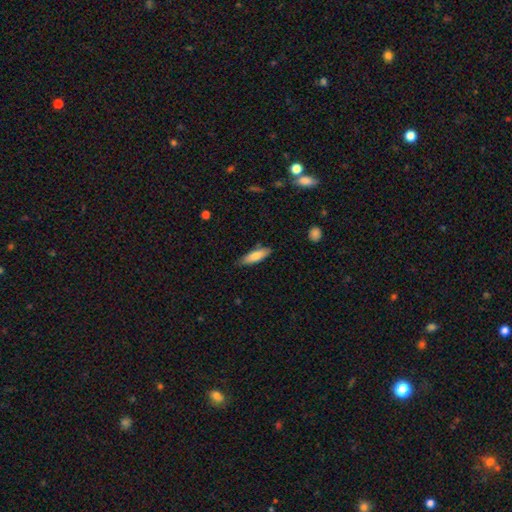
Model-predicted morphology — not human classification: This is likely a smooth galaxy (79%). How rounded: possibly cigar-shaped (49%, tied with in between). Merging: clearly none (80%).